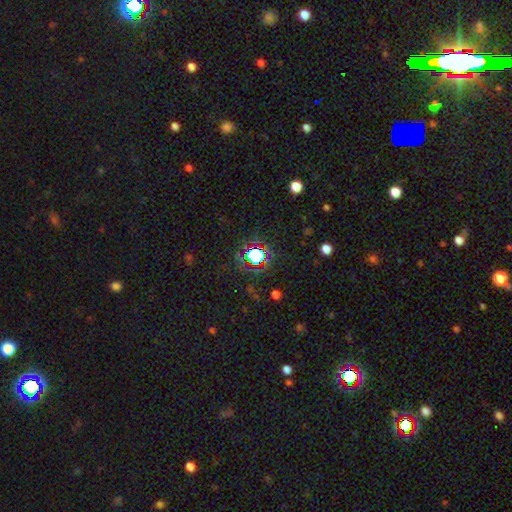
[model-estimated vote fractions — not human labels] The model was most divided on "smooth or featured": star or artifact: 62%, smooth: 27%, featured or disk: 11%.